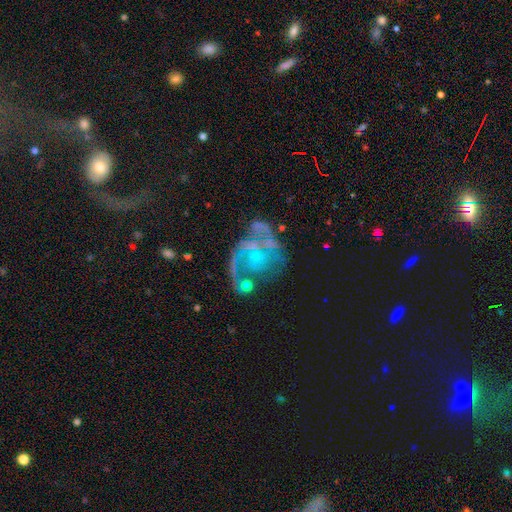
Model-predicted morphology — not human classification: Smooth or featured? featured or disk (75%)
Edge-on disk? no (98%)
Bar? no (79%)
Spiral arms? yes (55%)
Bulge size? none (59%)
Merging? major disturbance (37%)